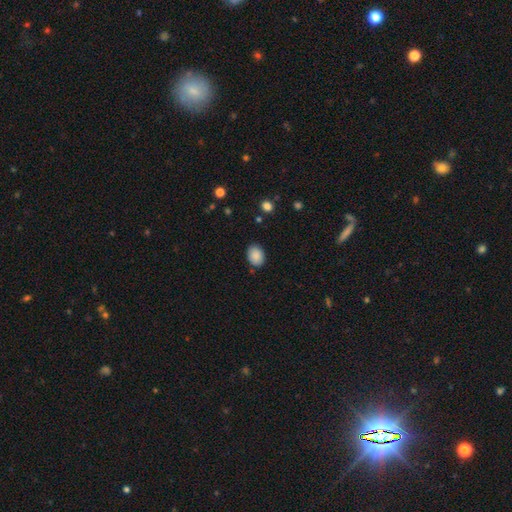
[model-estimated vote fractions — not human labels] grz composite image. It shows a smooth galaxy with no disk features (89%) that is in between round and cigar-shaped (68%). Merging: none (84%).